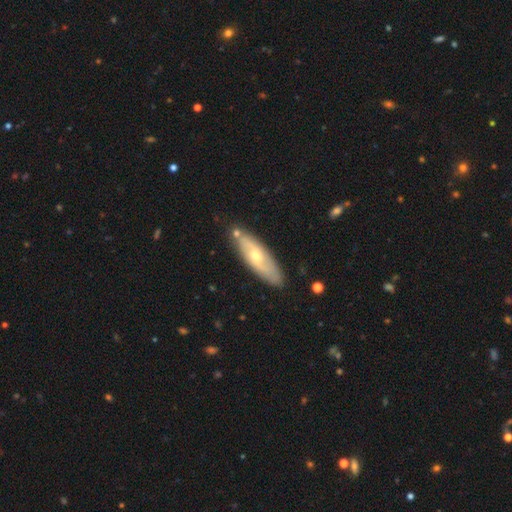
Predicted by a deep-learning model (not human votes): Morphology: type=featured or disk (51%); edge-on=no (67%); merging=none (78%).